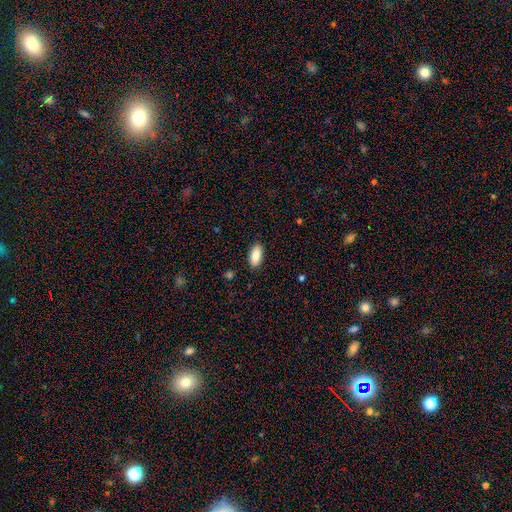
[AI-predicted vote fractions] The model was most divided on "smooth or featured": smooth: 86%, featured or disk: 7%, star or artifact: 7%. More confident: how rounded — in between (91%); merging — none (89%).